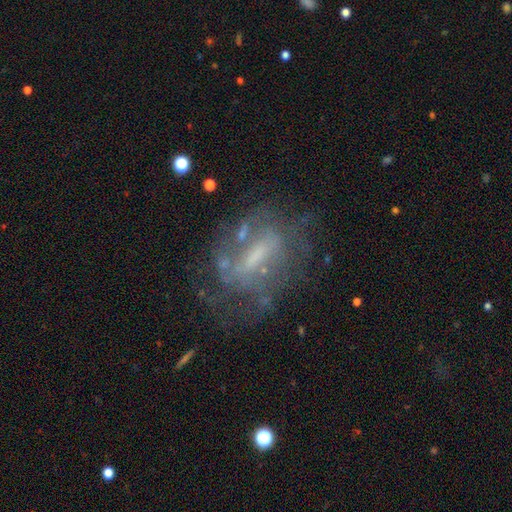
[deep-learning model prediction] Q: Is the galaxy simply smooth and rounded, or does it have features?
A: featured or disk — 70%.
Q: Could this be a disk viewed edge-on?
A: no — 92%.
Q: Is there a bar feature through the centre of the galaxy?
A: weak — 41%.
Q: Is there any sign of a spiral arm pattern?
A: yes — 60%.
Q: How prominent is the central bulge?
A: small — 36%.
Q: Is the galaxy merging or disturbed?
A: none — 55%.